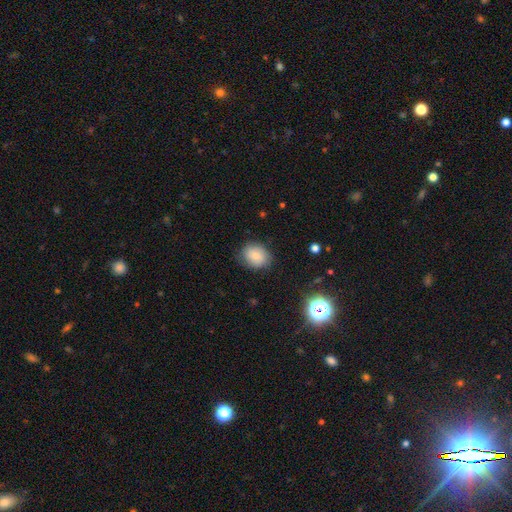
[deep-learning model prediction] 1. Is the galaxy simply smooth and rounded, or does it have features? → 83% smooth, 9% star or artifact, 9% featured or disk.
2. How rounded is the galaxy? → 53% round, 46% in between, 1% cigar-shaped.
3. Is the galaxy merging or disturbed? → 80% none, 15% minor disturbance, 4% major disturbance, 1% merger.